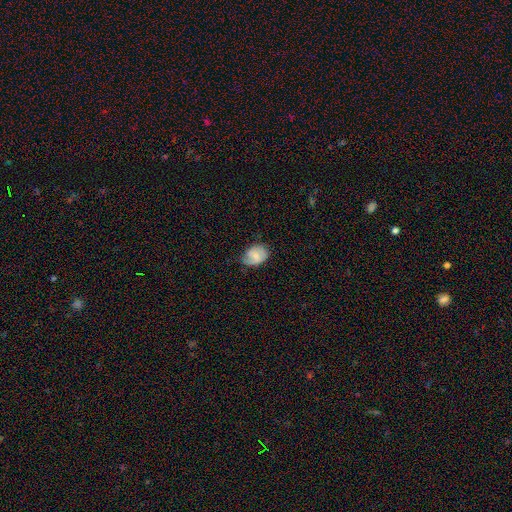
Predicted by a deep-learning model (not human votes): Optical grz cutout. It shows a smooth galaxy with no disk features (59%) that is in between round and cigar-shaped (70%). Merging: none (51%).